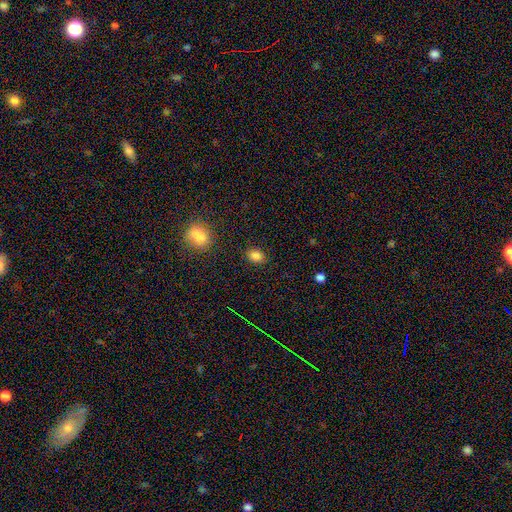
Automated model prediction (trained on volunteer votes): A smooth galaxy with no disk features (82%) that is in between round and cigar-shaped (56%). Merging: none (87%).